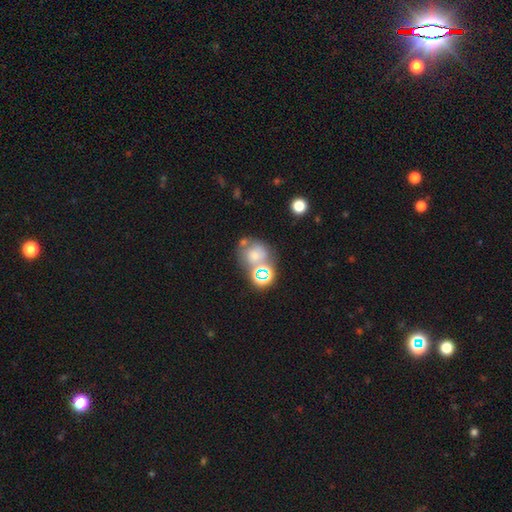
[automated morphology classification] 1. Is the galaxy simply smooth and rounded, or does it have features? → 55% smooth, 24% star or artifact, 22% featured or disk.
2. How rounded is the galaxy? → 73% round, 26% in between, 1% cigar-shaped.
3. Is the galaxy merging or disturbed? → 44% none, 31% merger, 15% minor disturbance, 10% major disturbance.